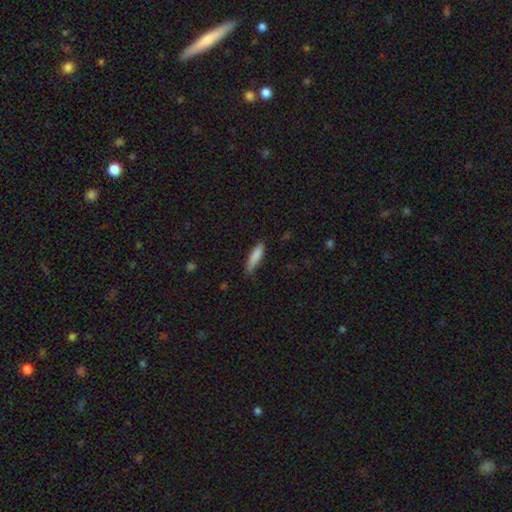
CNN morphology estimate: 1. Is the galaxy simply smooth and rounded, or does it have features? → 86% smooth, 8% featured or disk, 6% star or artifact.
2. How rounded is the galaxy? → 68% cigar-shaped, 31% in between, 1% round.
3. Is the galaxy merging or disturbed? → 64% none, 29% minor disturbance, 5% major disturbance, 2% merger.